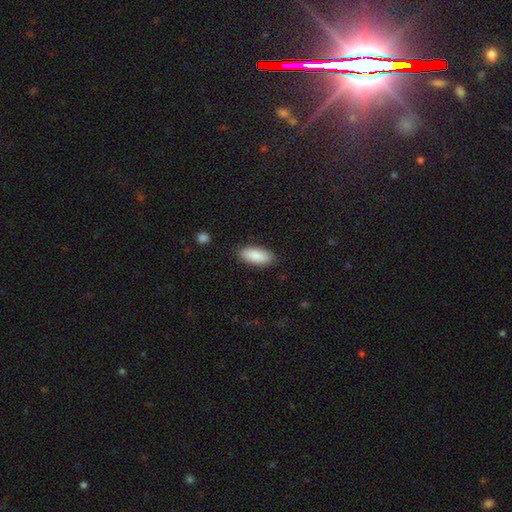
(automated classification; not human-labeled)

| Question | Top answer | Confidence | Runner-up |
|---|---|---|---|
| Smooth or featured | smooth | 89% | featured or disk (6%) |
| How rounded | in between | 85% | cigar-shaped (13%) |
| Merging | none | 87% | minor disturbance (9%) |